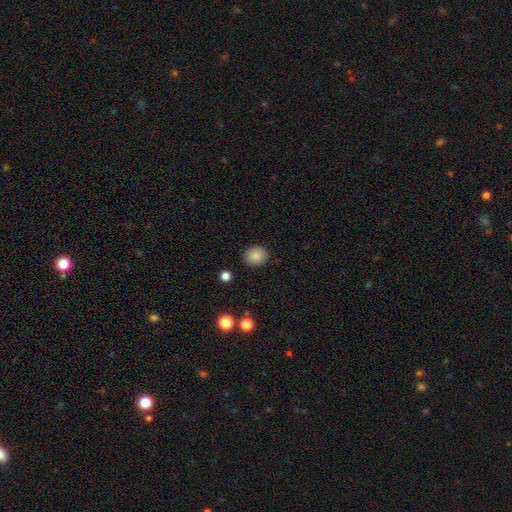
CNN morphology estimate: Q: Smooth or featured?
A: smooth (87%); runner-up: star or artifact (9%)
Q: How rounded?
A: round (73%); runner-up: in between (26%)
Q: Merging?
A: none (89%); runner-up: minor disturbance (8%)